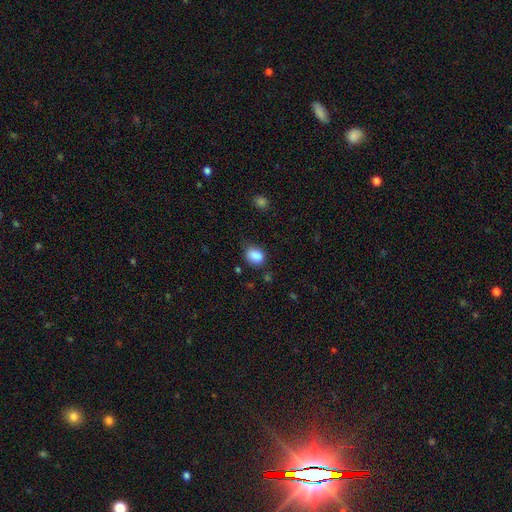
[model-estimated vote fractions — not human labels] Morphology: type=smooth (86%); roundness=in between (59%); merging=none (62%).